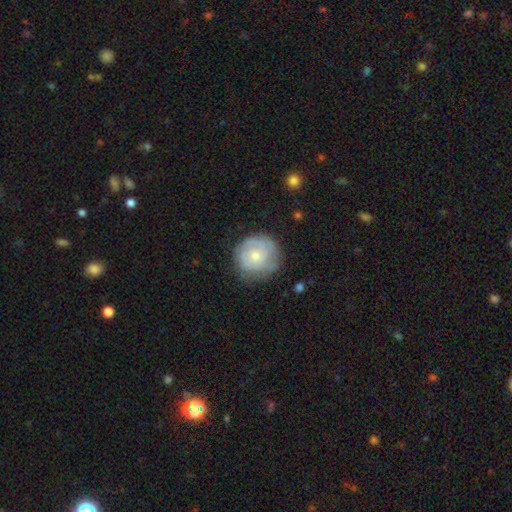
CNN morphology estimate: smooth_or_featured: smooth (p=0.48) [alt: featured or disk p=0.46]
merging: none (p=0.72) [alt: minor disturbance p=0.20]